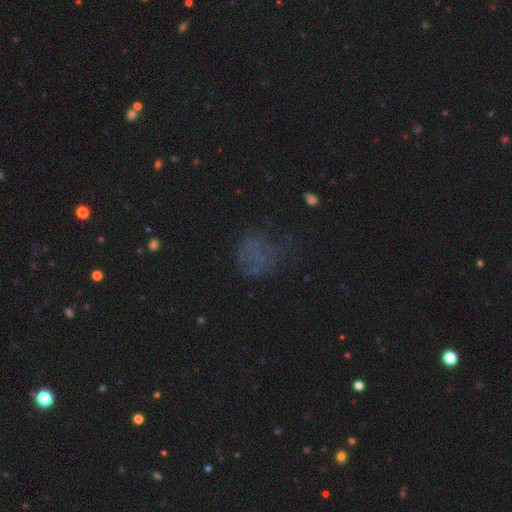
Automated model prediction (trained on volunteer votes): Smooth or featured?
  - smooth: 41% *
  - star or artifact: 35%
  - featured or disk: 24%
Merging?
  - none: 58% *
  - major disturbance: 20%
  - minor disturbance: 19%
  - merger: 3%